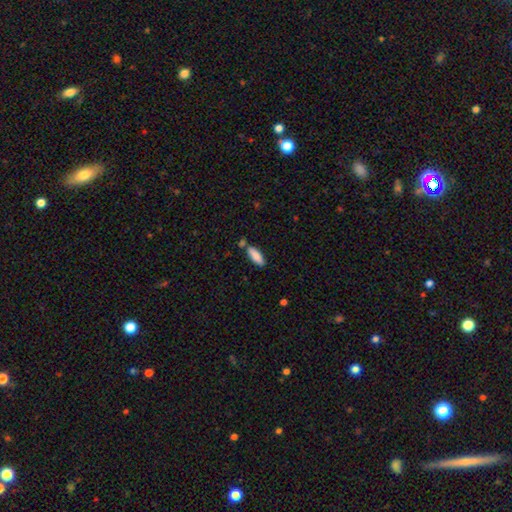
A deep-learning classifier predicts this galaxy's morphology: Smooth or featured? smooth (87%)
How rounded? in between (64%)
Merging? none (74%)